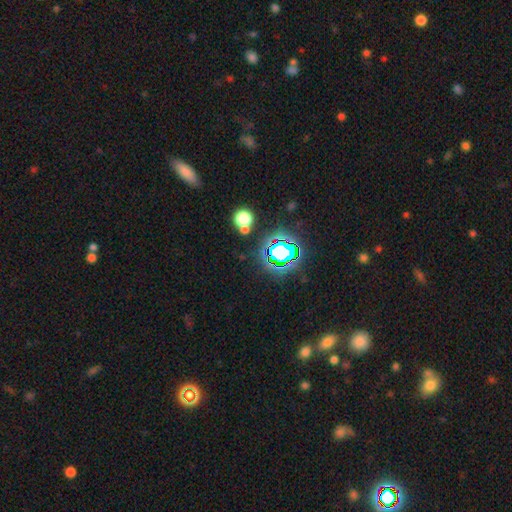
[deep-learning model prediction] A star or artifact, not a galaxy (76%).